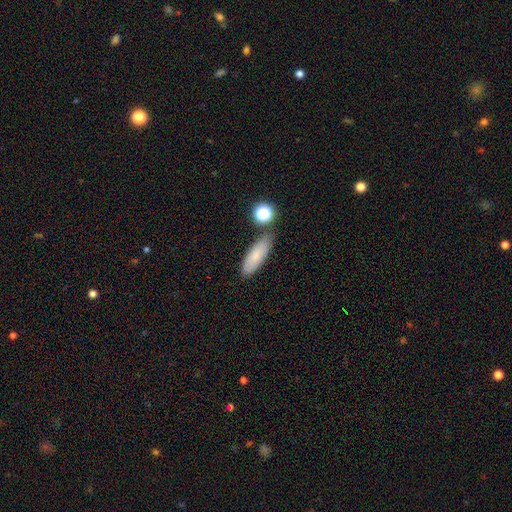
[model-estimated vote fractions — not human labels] smooth 78%, featured or disk 14%, star or artifact 8%. Down the decision tree: how rounded — in between (62%); merging — none (74%).